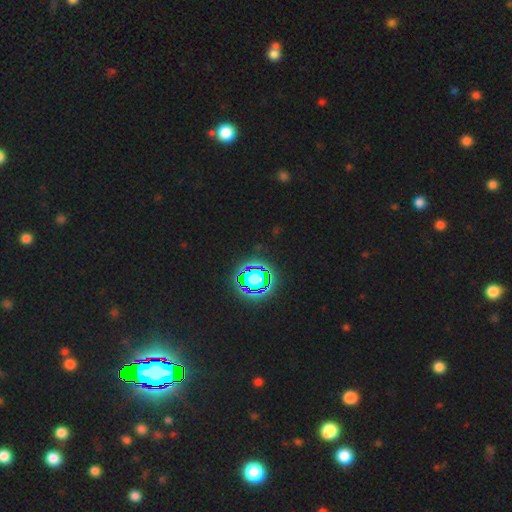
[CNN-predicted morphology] smooth-or-featured: star or artifact: 81% | smooth: 12% | featured or disk: 7%